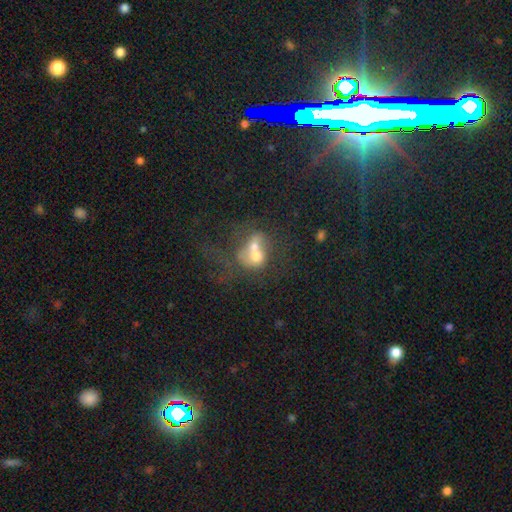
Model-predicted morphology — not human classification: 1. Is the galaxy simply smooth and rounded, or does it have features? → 46% smooth, 38% featured or disk, 16% star or artifact.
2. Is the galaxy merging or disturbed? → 70% merger, 14% none, 10% major disturbance, 6% minor disturbance.